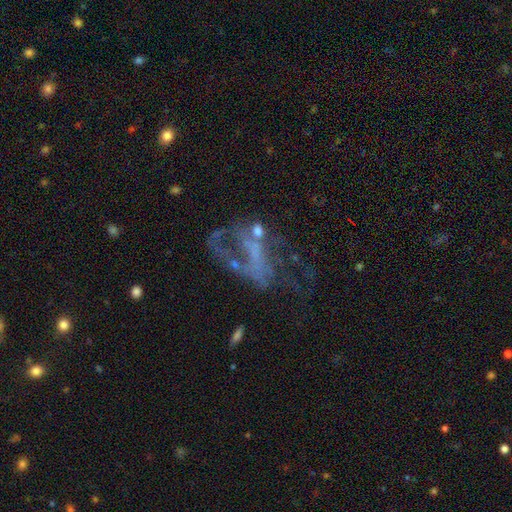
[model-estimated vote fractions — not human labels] A featured or disk galaxy (63%) with no bar (73%), no spiral arms (68%) and no central bulge (69%). Merging: major disturbance (47%).